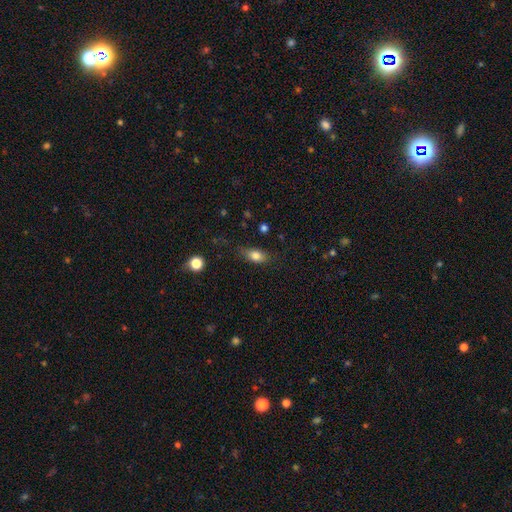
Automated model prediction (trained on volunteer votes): Q: Smooth or featured?
A: smooth (81%); runner-up: featured or disk (10%)
Q: How rounded?
A: in between (80%); runner-up: round (12%)
Q: Merging?
A: none (70%); runner-up: minor disturbance (22%)